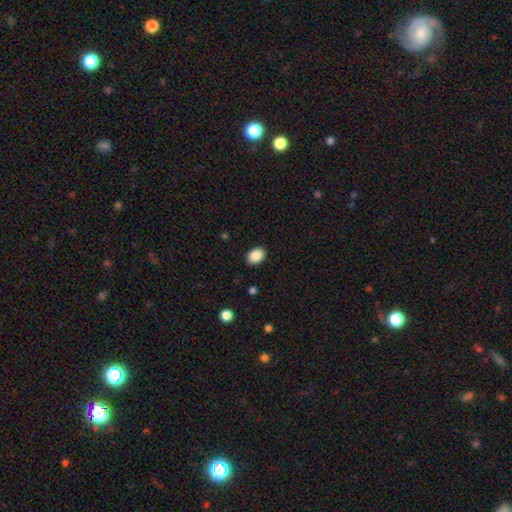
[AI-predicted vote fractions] Smooth or featured? Predicted: smooth (p=0.89). How rounded? Predicted: in between (p=0.77). Merging? Predicted: none (p=0.89).